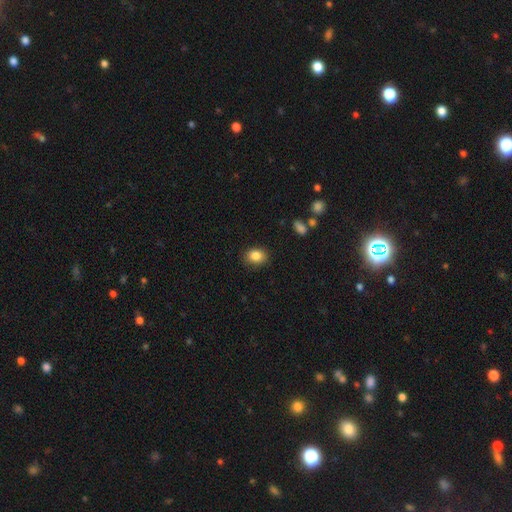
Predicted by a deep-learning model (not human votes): A smooth galaxy with no disk features (85%) that is in between round and cigar-shaped (59%). Merging: none (84%).